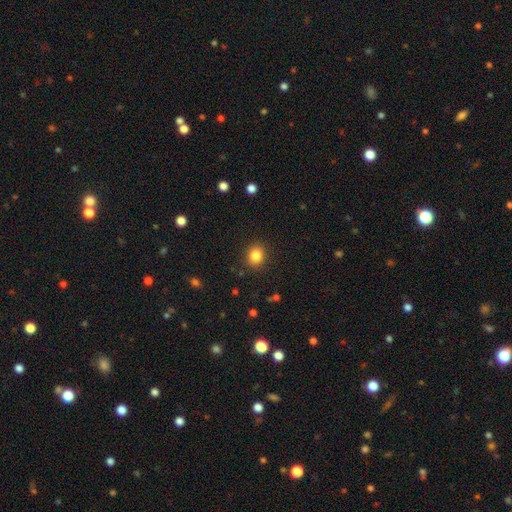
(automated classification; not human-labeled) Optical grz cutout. It shows a smooth galaxy with no disk features (85%) that is round (67%). Merging: none (88%).